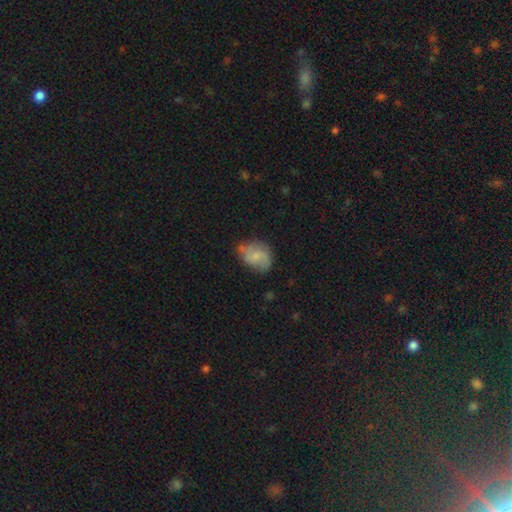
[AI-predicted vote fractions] A featured or disk galaxy (50%).

Vote fractions:
- Smooth or featured? featured or disk: 50% / smooth: 42% / star or artifact: 8%
- Edge-on disk? no: 97% / yes: 3%
- Merging? none: 61% / minor disturbance: 26% / major disturbance: 9% / merger: 4%